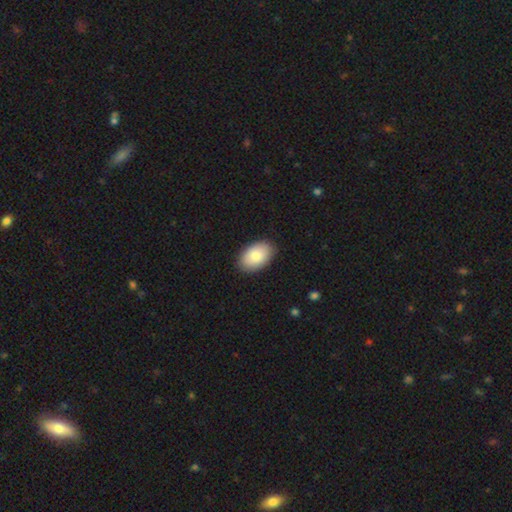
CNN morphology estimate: Overall: smooth (84%). How rounded: in between (92%). Merging: none (88%).